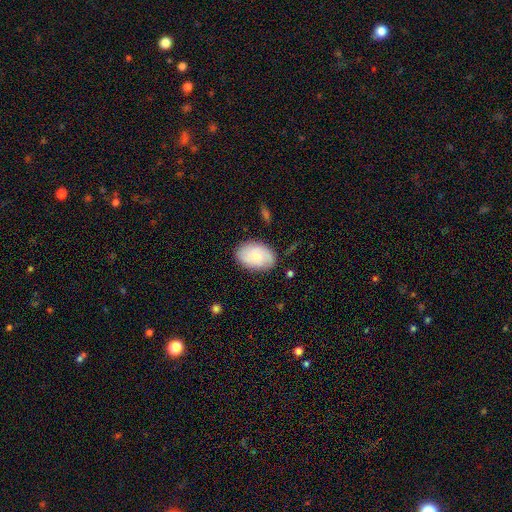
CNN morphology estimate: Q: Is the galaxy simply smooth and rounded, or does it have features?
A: smooth — 68%.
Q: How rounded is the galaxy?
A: in between — 87%.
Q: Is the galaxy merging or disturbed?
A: none — 81%.